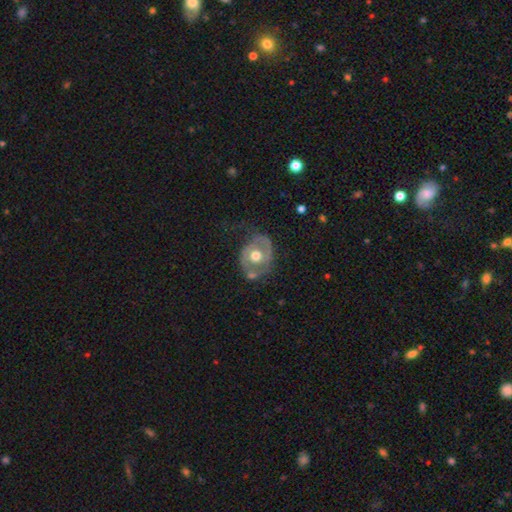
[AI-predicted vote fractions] featured or disk 65%, smooth 30%, star or artifact 5%. Down the decision tree: edge-on disk — no (95%); bar — no (80%); spiral arms — no (55%); bulge size — moderate (72%); merging — none (50%).